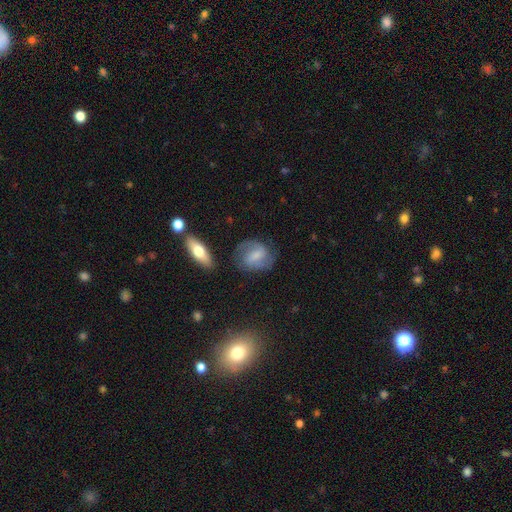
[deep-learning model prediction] Overall: featured or disk (53%; smooth 39%). Edge-on disk: no (94%). Merging: none (67%).